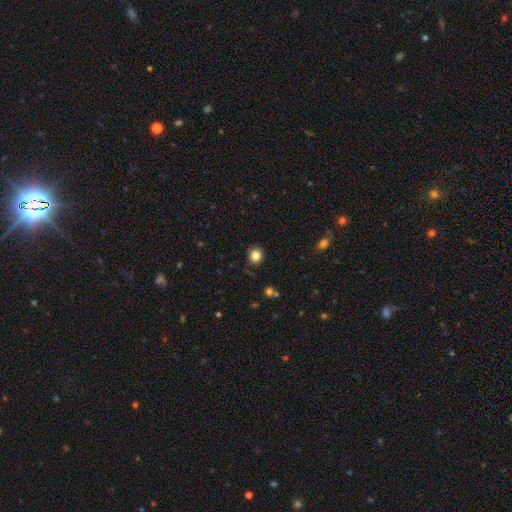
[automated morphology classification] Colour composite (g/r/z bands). It shows a smooth galaxy with no disk features (83%) that is round (88%). Merging: none (88%).